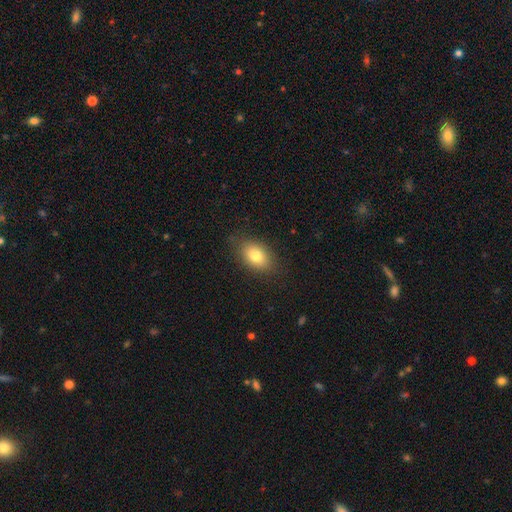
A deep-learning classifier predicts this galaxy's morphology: Q: Smooth or featured?
A: smooth (79%); runner-up: featured or disk (12%)
Q: How rounded?
A: in between (85%); runner-up: round (14%)
Q: Merging?
A: none (83%); runner-up: minor disturbance (13%)